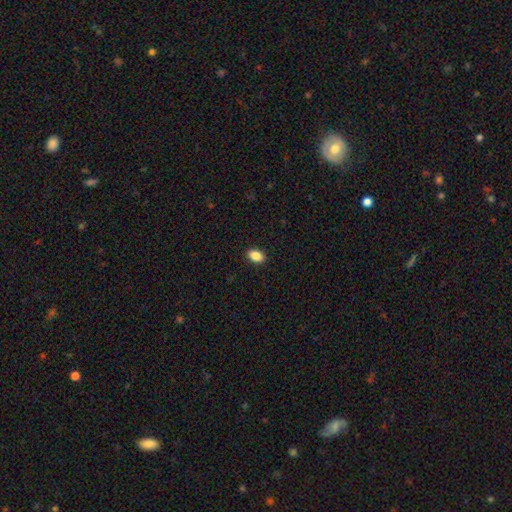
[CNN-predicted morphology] smooth 87%, star or artifact 8%, featured or disk 5%. Down the decision tree: how rounded — in between (87%); merging — none (90%).